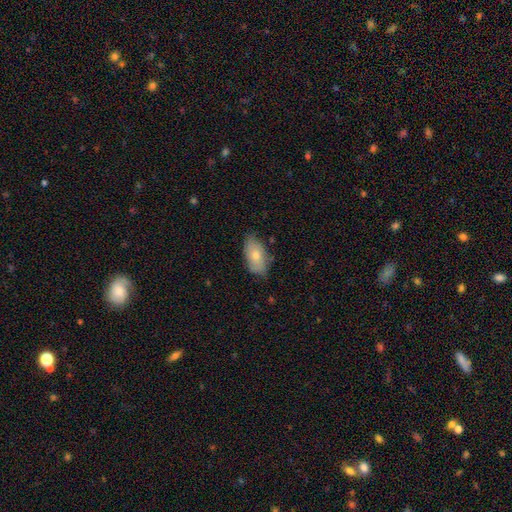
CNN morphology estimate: Smooth or featured? smooth (73%)
How rounded? in between (93%)
Merging? none (72%)